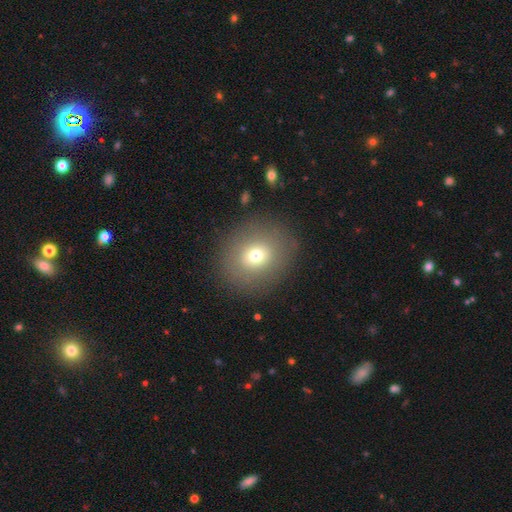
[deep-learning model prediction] A smooth galaxy with no disk features (69%) that is round (72%).

Vote fractions:
- Smooth or featured? smooth: 69% / featured or disk: 17% / star or artifact: 13%
- How rounded? round: 72% / in between: 27% / cigar-shaped: 1%
- Merging? none: 86% / minor disturbance: 8% / major disturbance: 5% / merger: 1%